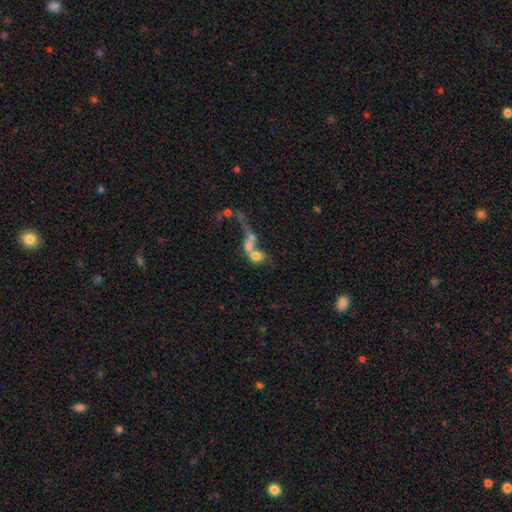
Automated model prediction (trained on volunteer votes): This appears to be a smooth galaxy with no disk features (57%) that is in between round and cigar-shaped (55%). Merging: merger (66%).